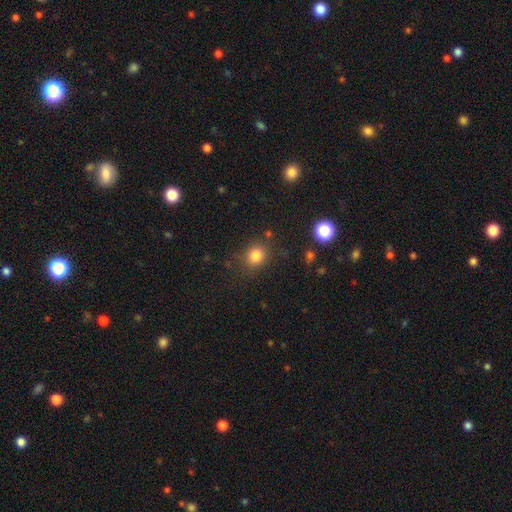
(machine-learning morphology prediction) This is clearly a smooth galaxy (82%). How rounded: likely round (71%). Merging: likely none (80%).